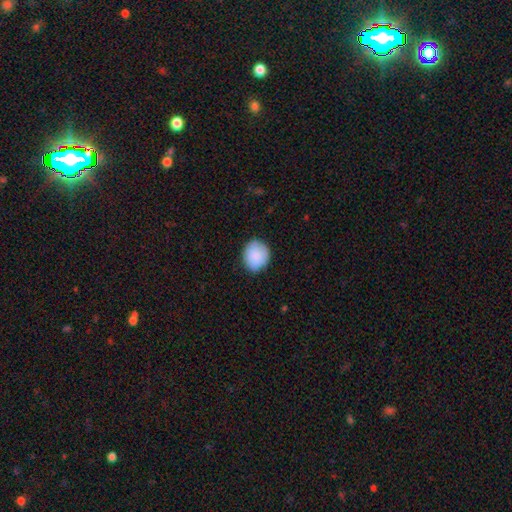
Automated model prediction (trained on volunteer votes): Smooth or featured: smooth — 89% (star or artifact — 7%)
How rounded: round — 73% (in between — 26%)
Merging: none — 84% (minor disturbance — 13%)